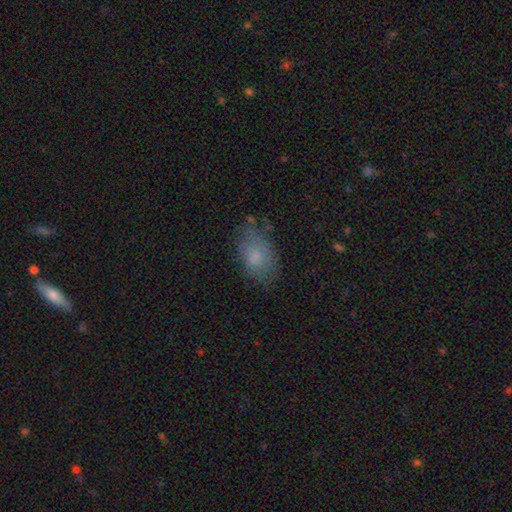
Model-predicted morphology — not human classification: A smooth galaxy with no disk features (75%) that is in between round and cigar-shaped (88%).

Vote fractions:
- Smooth or featured? smooth: 75% / featured or disk: 16% / star or artifact: 9%
- How rounded? in between: 88% / round: 9% / cigar-shaped: 2%
- Merging? none: 63% / minor disturbance: 25% / major disturbance: 9% / merger: 3%